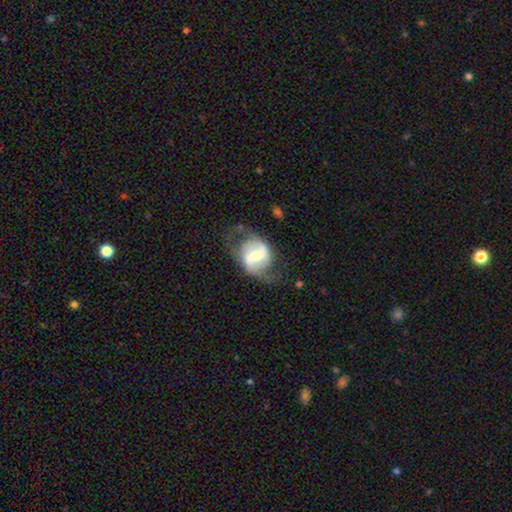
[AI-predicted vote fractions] Smooth or featured? Predicted: featured or disk (p=0.78). Edge-on disk? Predicted: no (p=0.97). Bar? Predicted: weak (p=0.41). Spiral arms? Predicted: yes (p=0.88). Spiral winding? Predicted: loose (p=0.46). Spiral arm count? Predicted: 2 (p=0.87). Bulge size? Predicted: moderate (p=0.51). Merging? Predicted: none (p=0.61).